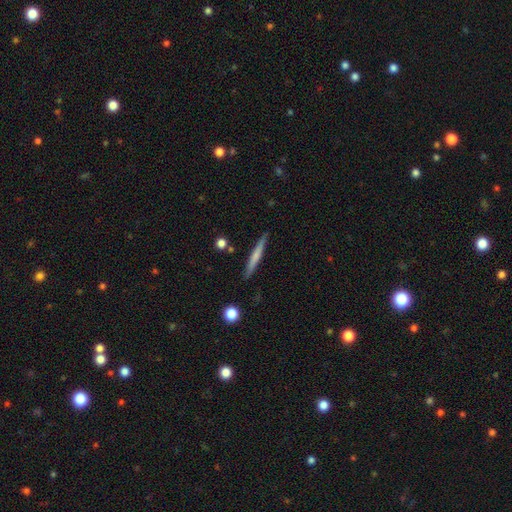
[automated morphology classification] The model was most divided on "smooth or featured": smooth: 56%, featured or disk: 38%, star or artifact: 6%. More confident: how rounded — cigar-shaped (95%); merging — none (88%).